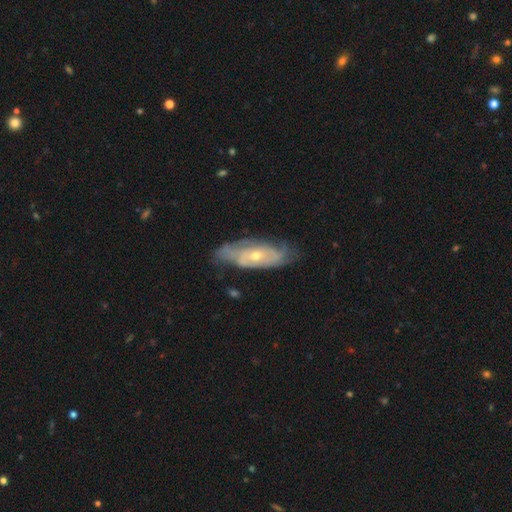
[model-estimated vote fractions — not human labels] Smooth or featured: featured or disk — 74% (smooth — 20%)
Edge-on disk: no — 83% (yes — 17%)
Bar: no — 77% (weak — 18%)
Spiral arms: yes — 76% (no — 24%)
Bulge size: small — 55% (moderate — 42%)
Merging: none — 64% (minor disturbance — 25%)